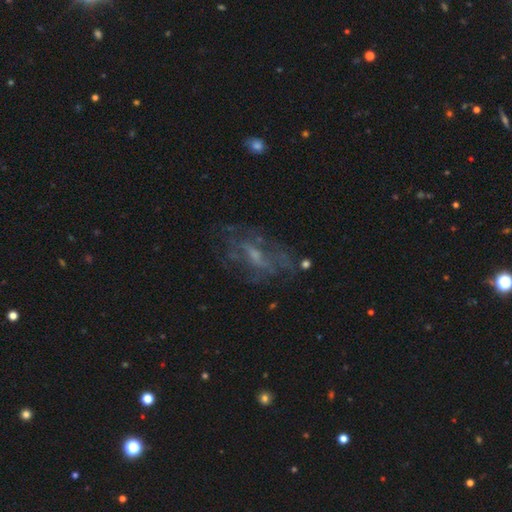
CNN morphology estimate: A featured or disk galaxy (65%) with no bar (53%), no spiral arms (55%) and a small central bulge (50%).

Vote fractions:
- Smooth or featured? featured or disk: 65% / smooth: 21% / star or artifact: 15%
- Edge-on disk? no: 93% / yes: 7%
- Bar? no: 53% / weak: 38% / strong: 10%
- Spiral arms? no: 55% / yes: 45%
- Bulge size? small: 50% / moderate: 28% / none: 18% / large: 3% / dominant: 1%
- Merging? none: 54% / major disturbance: 23% / minor disturbance: 19% / merger: 3%